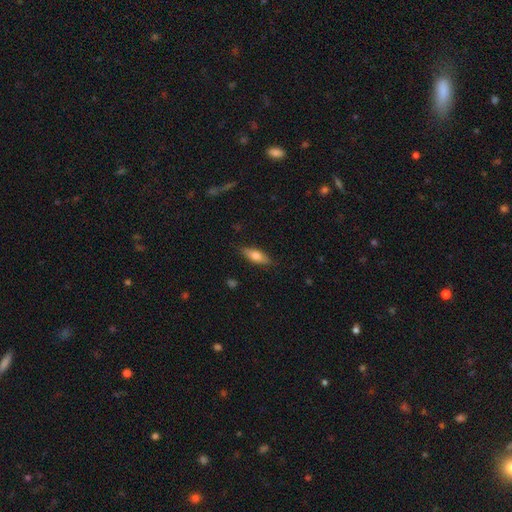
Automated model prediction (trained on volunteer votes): This appears to be a smooth galaxy with no disk features (63%) that is in between round and cigar-shaped (58%). Merging: none (85%).